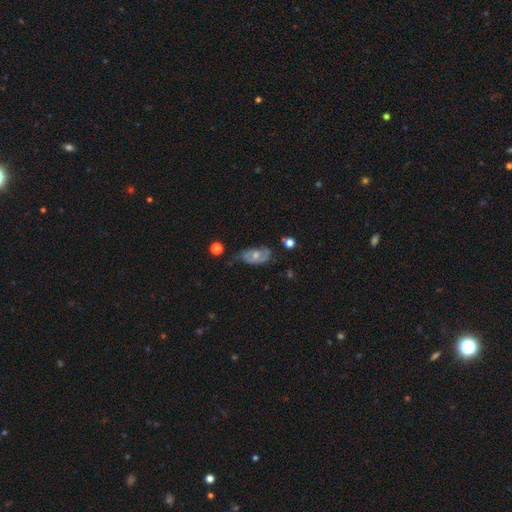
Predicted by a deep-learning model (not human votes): featured or disk 48%, smooth 44%, star or artifact 8%. Down the decision tree: merging — minor disturbance (39%, tied with none).